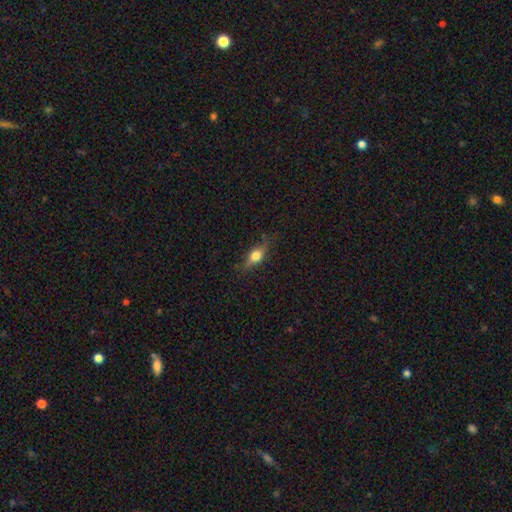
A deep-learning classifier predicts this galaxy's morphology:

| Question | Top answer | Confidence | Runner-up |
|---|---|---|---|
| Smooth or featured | smooth | 57% | featured or disk (34%) |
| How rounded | in between | 62% | cigar-shaped (24%) |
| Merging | none | 73% | minor disturbance (20%) |